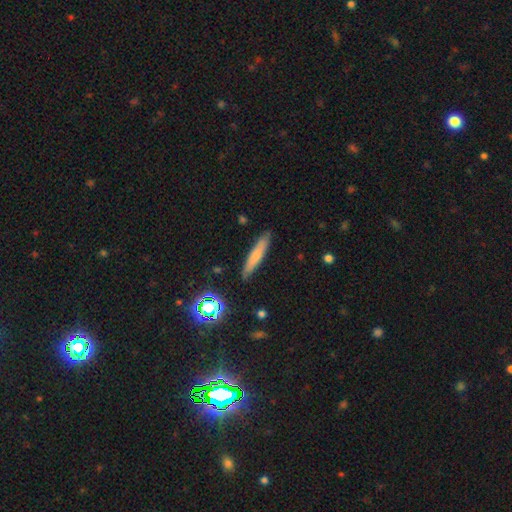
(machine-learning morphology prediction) smooth-or-featured: smooth: 63% | featured or disk: 28% | star or artifact: 9%
  how-rounded: cigar-shaped: 88% | in between: 10% | round: 2%
  merging: none: 86% | minor disturbance: 10% | major disturbance: 2% | merger: 2%